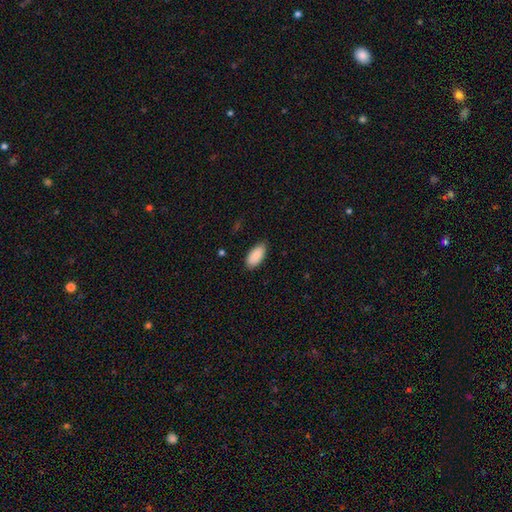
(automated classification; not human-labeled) smooth-or-featured: smooth: 90% | star or artifact: 6% | featured or disk: 4%
  how-rounded: in between: 93% | cigar-shaped: 5% | round: 2%
  merging: none: 81% | minor disturbance: 15% | major disturbance: 2% | merger: 1%